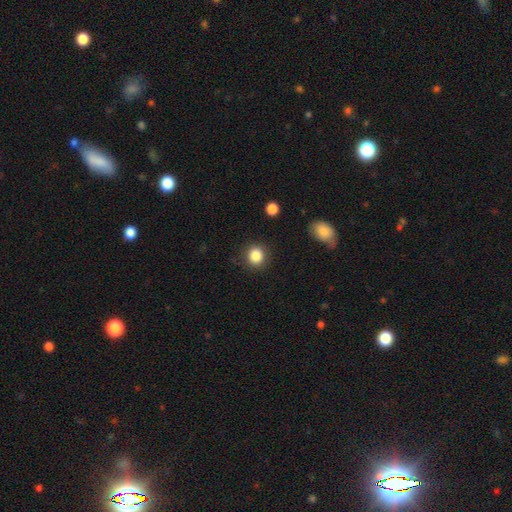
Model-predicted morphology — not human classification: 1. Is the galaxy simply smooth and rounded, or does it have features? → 86% smooth, 10% star or artifact, 4% featured or disk.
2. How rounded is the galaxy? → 86% round, 13% in between, 1% cigar-shaped.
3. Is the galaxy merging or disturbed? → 88% none, 8% minor disturbance, 3% major disturbance, 1% merger.